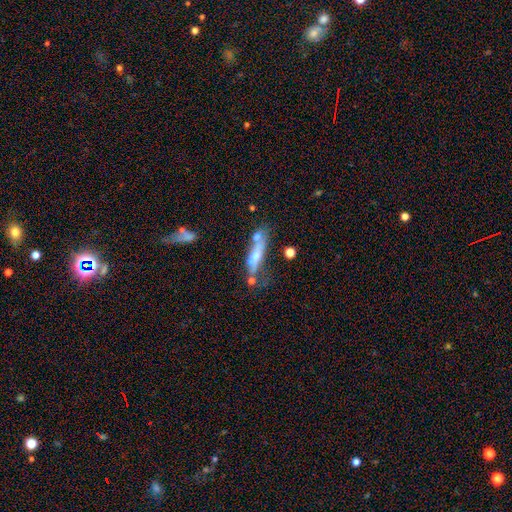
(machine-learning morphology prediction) Smooth or featured: smooth — 48% (featured or disk — 42%)
Merging: none — 39% (merger — 24%)